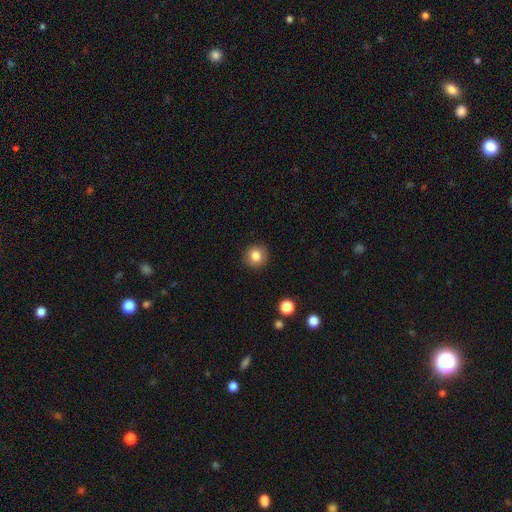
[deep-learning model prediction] Overall: smooth (83%). How rounded: round (89%). Merging: none (90%).